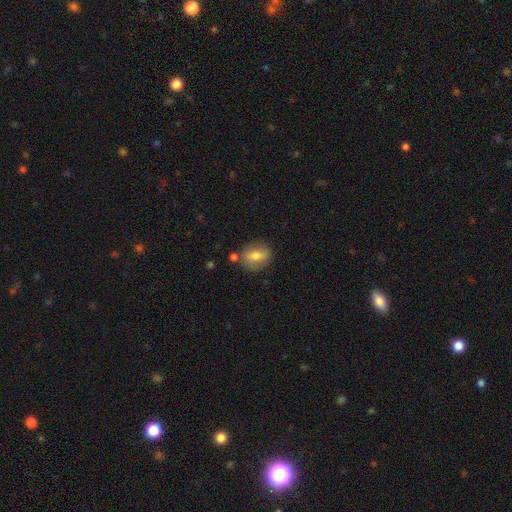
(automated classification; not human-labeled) Q: Smooth or featured?
A: smooth (72%); runner-up: featured or disk (20%)
Q: How rounded?
A: in between (51%); runner-up: round (47%)
Q: Merging?
A: none (77%); runner-up: minor disturbance (13%)